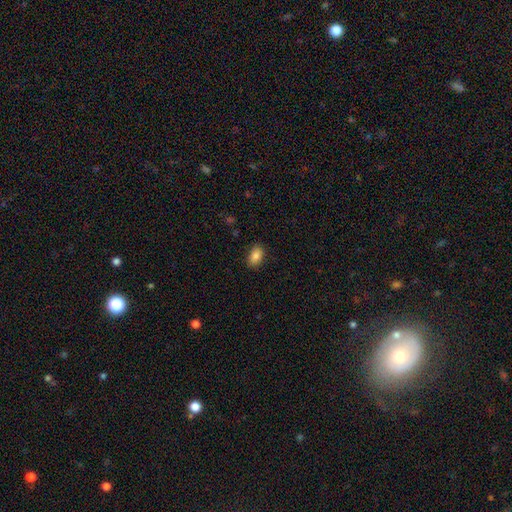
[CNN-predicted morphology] smooth-or-featured: smooth: 86% | star or artifact: 8% | featured or disk: 6%
  how-rounded: in between: 90% | round: 8% | cigar-shaped: 2%
  merging: none: 87% | minor disturbance: 9% | major disturbance: 2% | merger: 1%